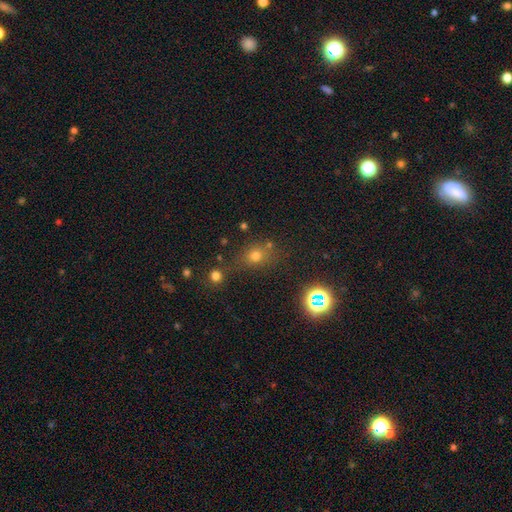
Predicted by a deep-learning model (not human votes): This appears to be a smooth galaxy with no disk features (63%) that is round (63%). Merging: none (64%).